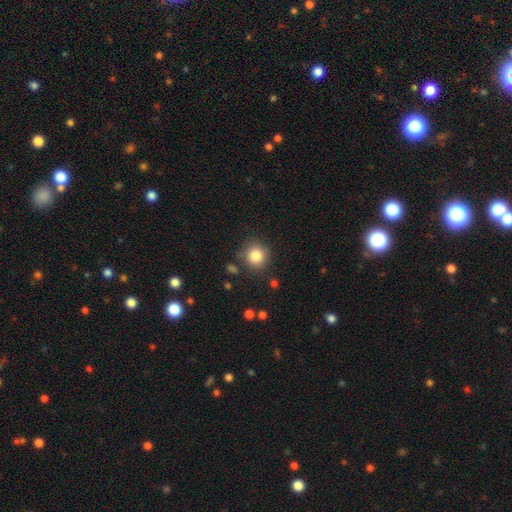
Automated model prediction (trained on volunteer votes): Q: Smooth or featured?
A: smooth (84%); runner-up: star or artifact (10%)
Q: How rounded?
A: round (92%); runner-up: in between (7%)
Q: Merging?
A: none (84%); runner-up: minor disturbance (10%)